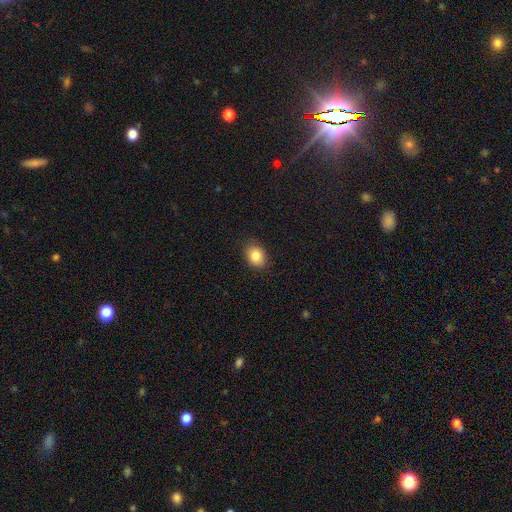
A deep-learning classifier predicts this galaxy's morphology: This appears to be a smooth galaxy with no disk features (85%) that is in between round and cigar-shaped (63%). Merging: none (86%).